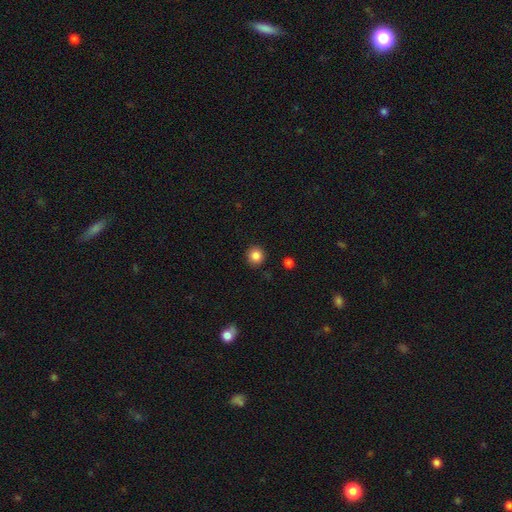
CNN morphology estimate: This appears to be a smooth galaxy with no disk features (85%) that is round (92%). Merging: none (91%).